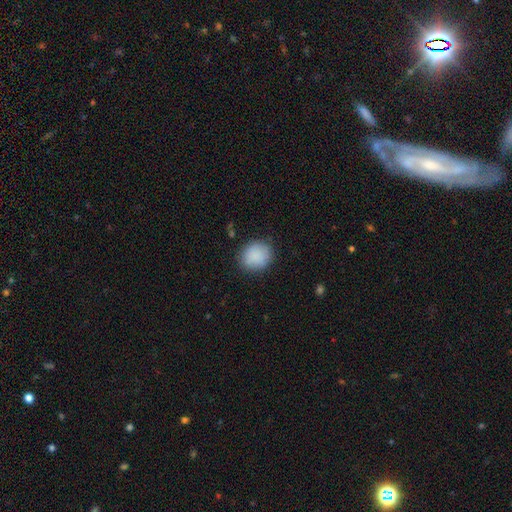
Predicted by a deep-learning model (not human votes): Q: Smooth or featured?
A: smooth (88%); runner-up: star or artifact (7%)
Q: How rounded?
A: round (69%); runner-up: in between (30%)
Q: Merging?
A: none (82%); runner-up: minor disturbance (13%)